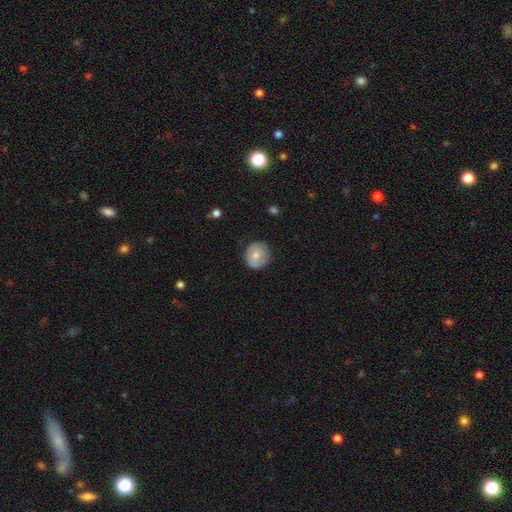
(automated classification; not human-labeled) Overall: smooth (68%). How rounded: round (85%). Merging: none (76%).